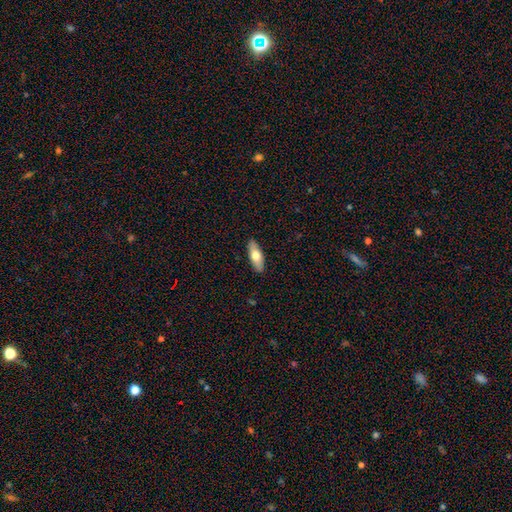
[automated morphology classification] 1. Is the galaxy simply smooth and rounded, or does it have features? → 66% smooth, 28% featured or disk, 5% star or artifact.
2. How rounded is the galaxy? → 64% in between, 34% cigar-shaped, 2% round.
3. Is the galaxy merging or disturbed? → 90% none, 8% minor disturbance, 2% major disturbance, 1% merger.